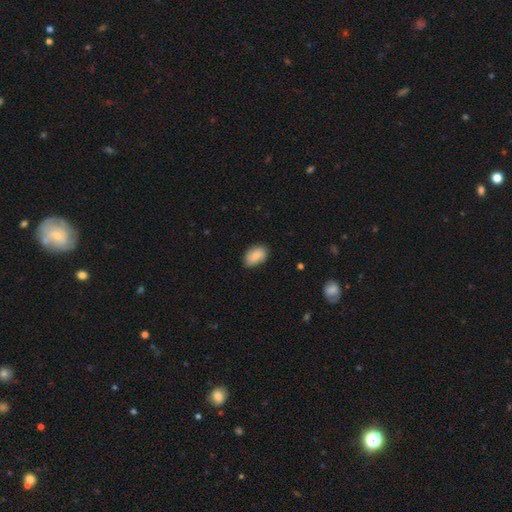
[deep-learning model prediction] This appears to be a smooth galaxy with no disk features (84%) that is in between round and cigar-shaped (89%). Merging: none (78%).